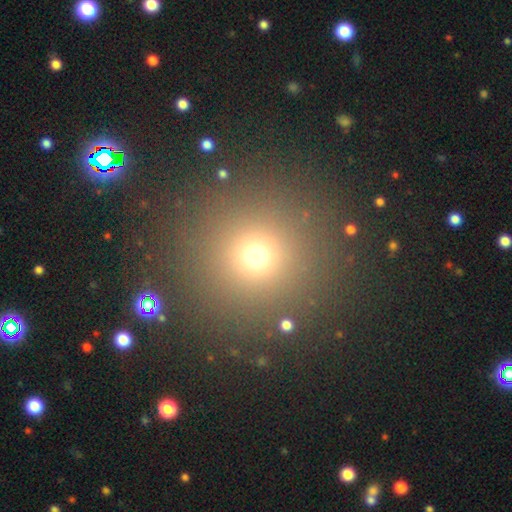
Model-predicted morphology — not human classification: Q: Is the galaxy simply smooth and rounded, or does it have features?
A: smooth — 67%.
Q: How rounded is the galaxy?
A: round — 93%.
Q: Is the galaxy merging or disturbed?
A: none — 86%.